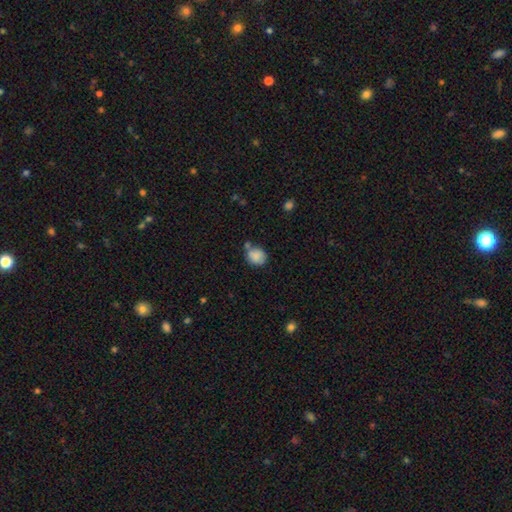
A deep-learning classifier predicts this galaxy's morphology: type=smooth (84%); roundness=round (64%); merging=none (52%).